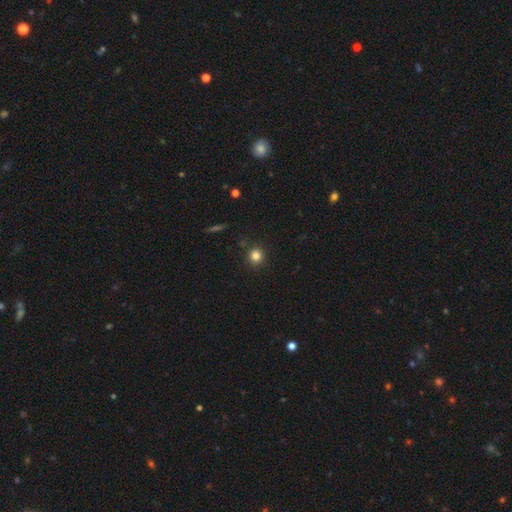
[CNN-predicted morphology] A smooth galaxy with no disk features (82%) that is round (92%).

Vote fractions:
- Smooth or featured? smooth: 82% / star or artifact: 13% / featured or disk: 5%
- How rounded? round: 92% / in between: 7% / cigar-shaped: 1%
- Merging? none: 89% / minor disturbance: 7% / merger: 2% / major disturbance: 2%